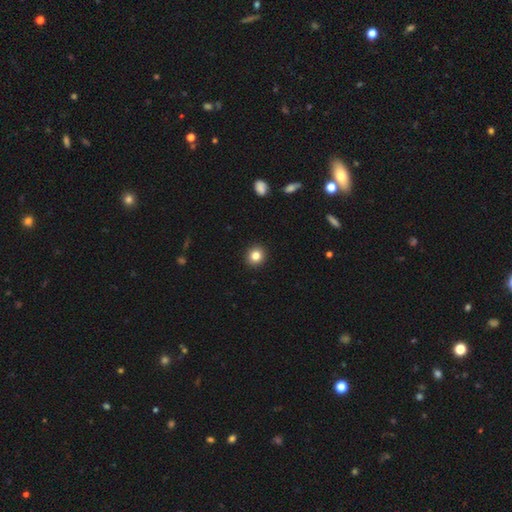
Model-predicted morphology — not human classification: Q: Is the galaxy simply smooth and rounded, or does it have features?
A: smooth — 83%.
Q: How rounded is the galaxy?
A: round — 89%.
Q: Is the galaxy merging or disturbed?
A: none — 93%.